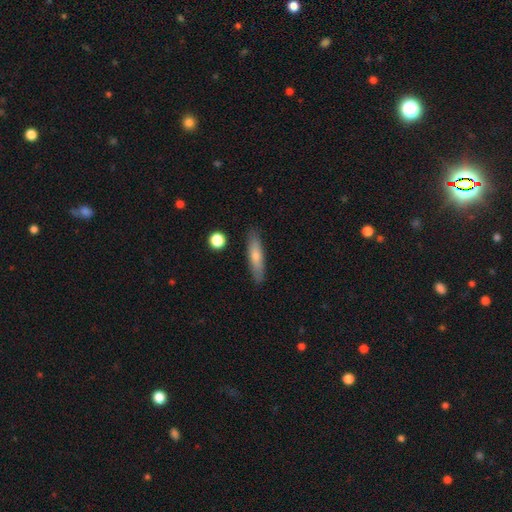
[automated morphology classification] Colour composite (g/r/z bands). It shows a smooth galaxy with no disk features (67%) that is cigar-shaped (77%). Merging: none (86%).